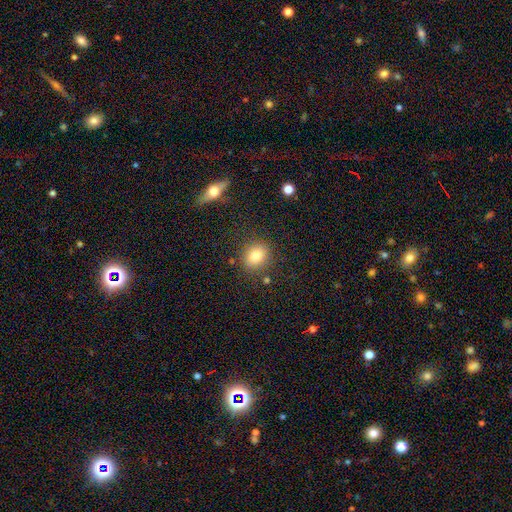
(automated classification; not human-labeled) Smooth or featured?
  - smooth: 83% *
  - star or artifact: 10%
  - featured or disk: 7%
How rounded?
  - round: 60% *
  - in between: 39%
  - cigar-shaped: 1%
Merging?
  - none: 83% *
  - minor disturbance: 10%
  - merger: 4%
  - major disturbance: 3%